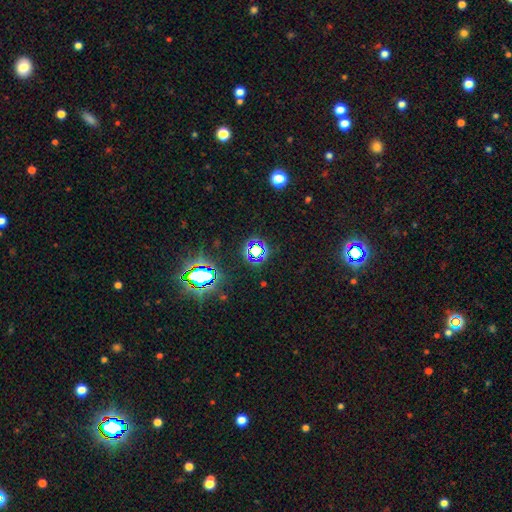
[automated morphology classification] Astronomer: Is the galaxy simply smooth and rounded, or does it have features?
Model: star or artifact — 78%.